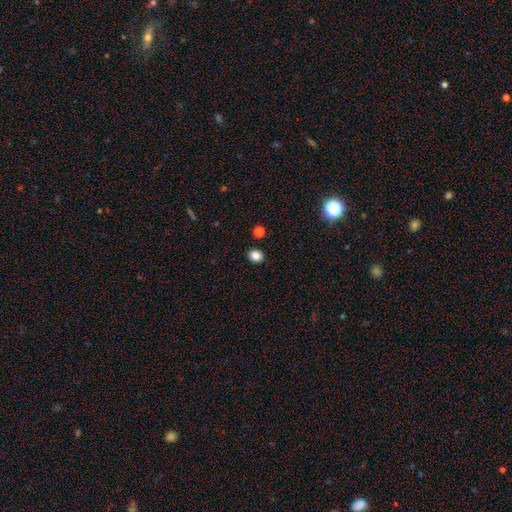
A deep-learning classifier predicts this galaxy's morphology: The model was most divided on "how rounded": round: 68%, in between: 31%, cigar-shaped: 1%. More confident: merging — none (89%); smooth or featured — smooth (84%).